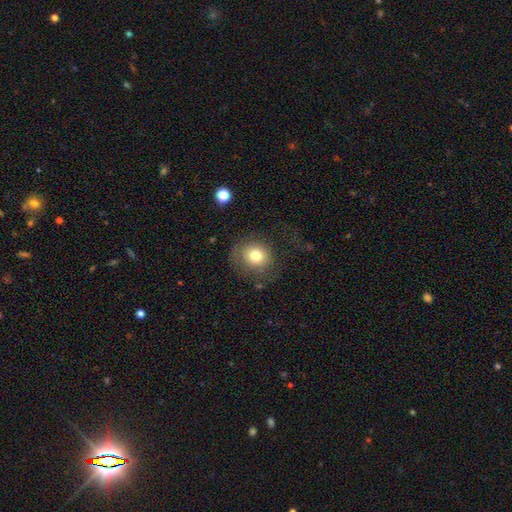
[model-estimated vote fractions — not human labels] This appears to be a smooth galaxy with no disk features (75%) that is round (81%). Merging: none (64%).